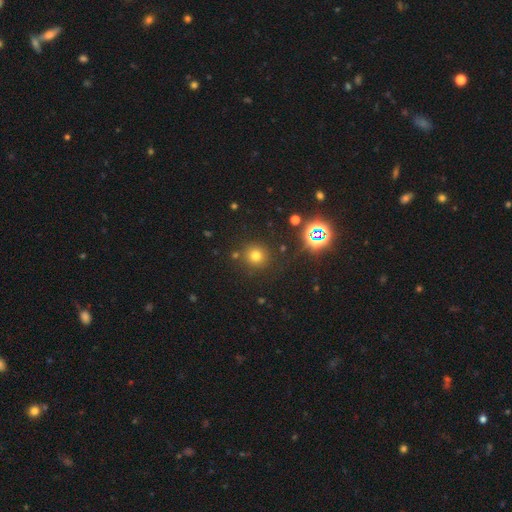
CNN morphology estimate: type=smooth (69%); roundness=round (93%); merging=none (86%).